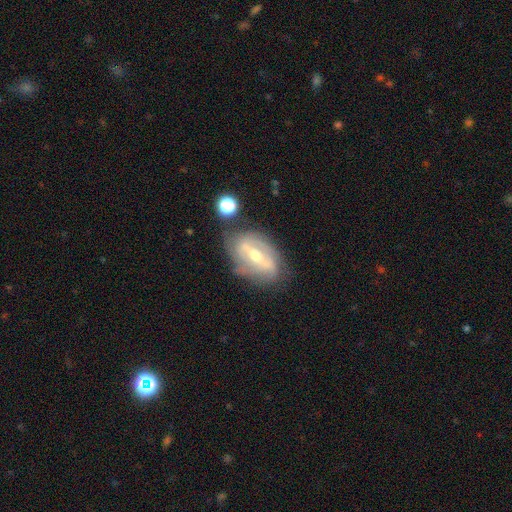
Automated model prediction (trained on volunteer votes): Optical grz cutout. It shows a featured or disk galaxy (77%) with a strong bar (60%), spiral arms (71%) and a moderate central bulge (64%). Merging: none (68%).